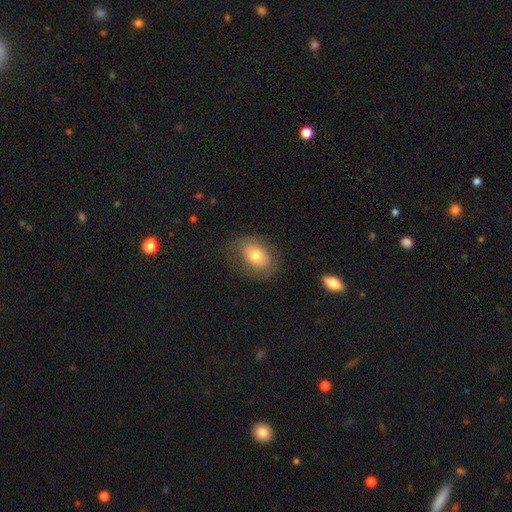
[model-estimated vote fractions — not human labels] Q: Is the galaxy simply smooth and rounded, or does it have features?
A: smooth — 71%.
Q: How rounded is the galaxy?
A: in between — 69%.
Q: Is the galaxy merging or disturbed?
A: none — 76%.